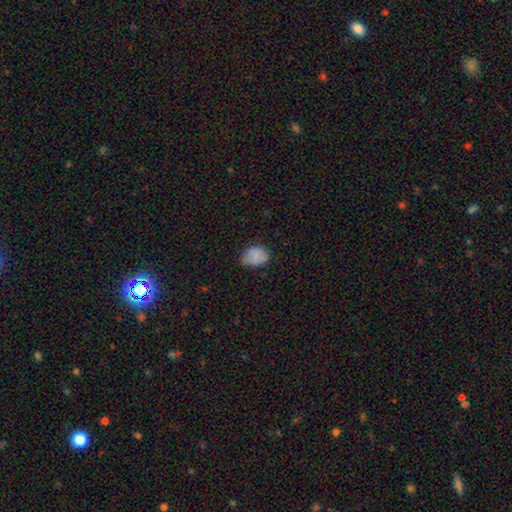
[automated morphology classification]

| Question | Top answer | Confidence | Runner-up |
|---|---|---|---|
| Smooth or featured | smooth | 82% | star or artifact (10%) |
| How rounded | in between | 72% | round (27%) |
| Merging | none | 55% | minor disturbance (36%) |